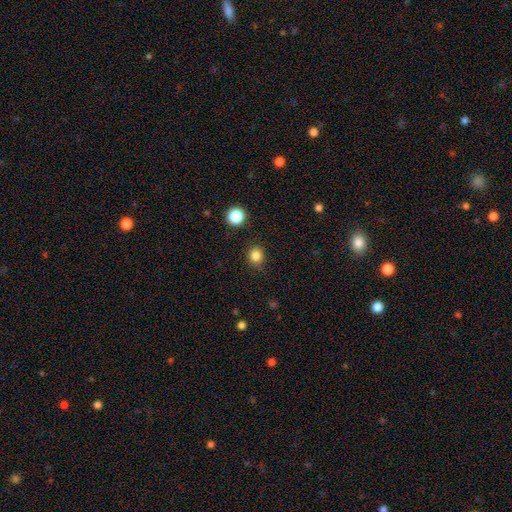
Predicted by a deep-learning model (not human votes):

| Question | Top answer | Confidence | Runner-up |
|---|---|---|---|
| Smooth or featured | smooth | 83% | star or artifact (13%) |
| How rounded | round | 83% | in between (16%) |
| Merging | none | 86% | minor disturbance (10%) |